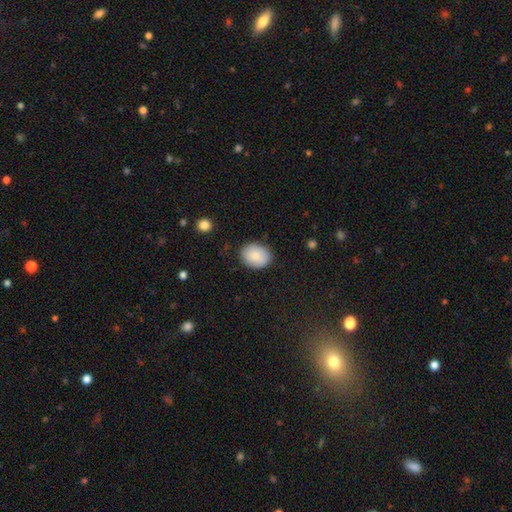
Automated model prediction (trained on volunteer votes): Smooth or featured?
  - smooth: 81% *
  - featured or disk: 11%
  - star or artifact: 7%
How rounded?
  - in between: 53% *
  - round: 46%
  - cigar-shaped: 1%
Merging?
  - none: 84% *
  - minor disturbance: 12%
  - major disturbance: 3%
  - merger: 1%